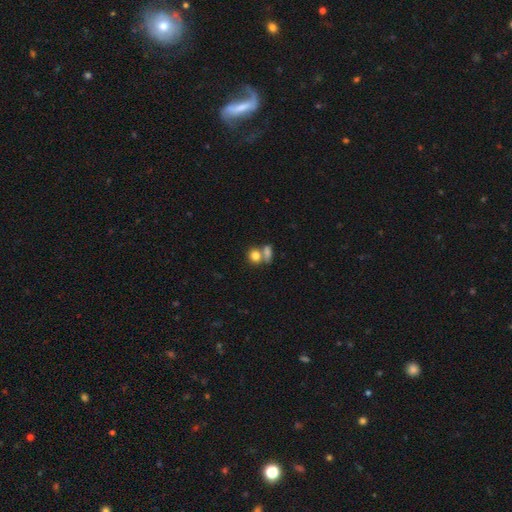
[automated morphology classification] Overall: smooth (80%). How rounded: round (59%; in between 39%). Merging: merger (46%; none 41%).